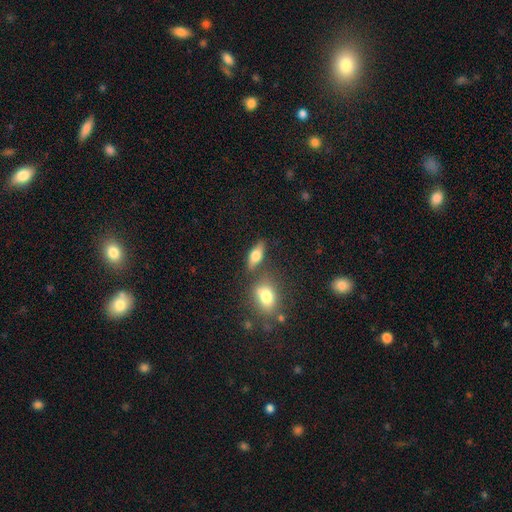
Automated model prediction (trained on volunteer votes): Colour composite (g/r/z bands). It shows a smooth galaxy with no disk features (60%) that is in between round and cigar-shaped (70%). Merging: none (69%).